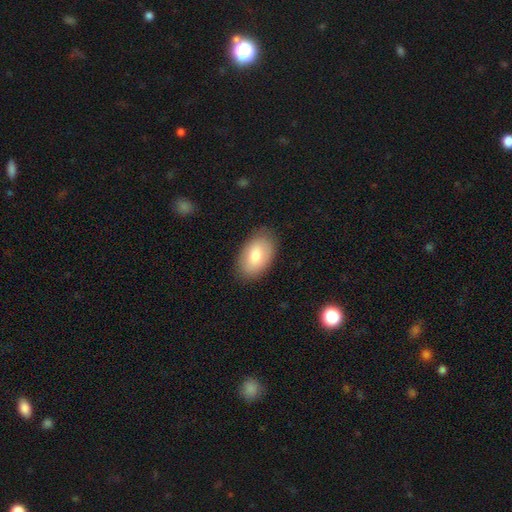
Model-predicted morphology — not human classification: Smooth or featured?
  - smooth: 79% *
  - featured or disk: 14%
  - star or artifact: 6%
How rounded?
  - in between: 92% *
  - round: 6%
  - cigar-shaped: 1%
Merging?
  - none: 84% *
  - minor disturbance: 12%
  - major disturbance: 3%
  - merger: 1%